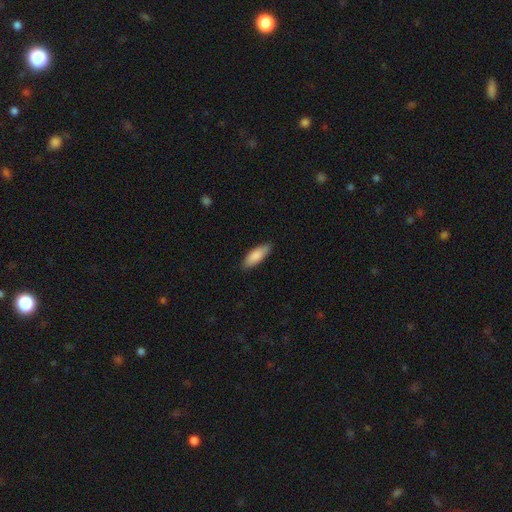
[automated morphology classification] type=smooth (86%); roundness=in between (69%); merging=none (85%).